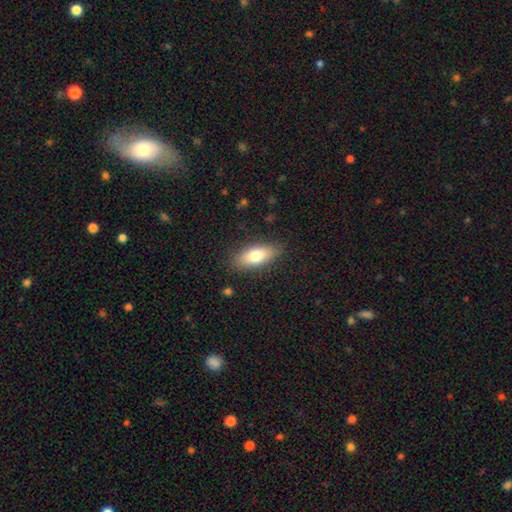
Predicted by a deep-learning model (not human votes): smooth-or-featured: smooth: 76% | featured or disk: 17% | star or artifact: 7%
  how-rounded: in between: 80% | cigar-shaped: 17% | round: 3%
  merging: none: 85% | minor disturbance: 11% | major disturbance: 3% | merger: 1%